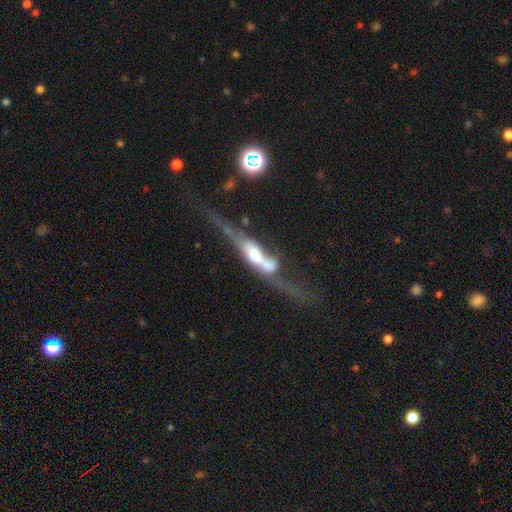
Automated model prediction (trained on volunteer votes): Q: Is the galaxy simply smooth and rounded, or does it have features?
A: featured or disk — 65%.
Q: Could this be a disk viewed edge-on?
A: yes — 61%.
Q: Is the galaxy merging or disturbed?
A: merger — 56%.